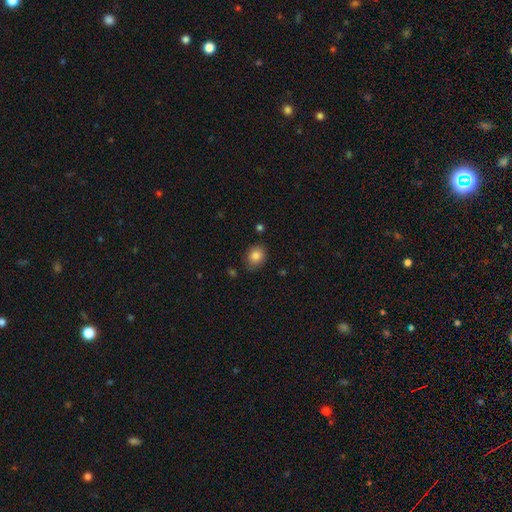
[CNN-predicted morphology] This is clearly a smooth galaxy (84%). How rounded: possibly round (53%). Merging: likely none (78%).